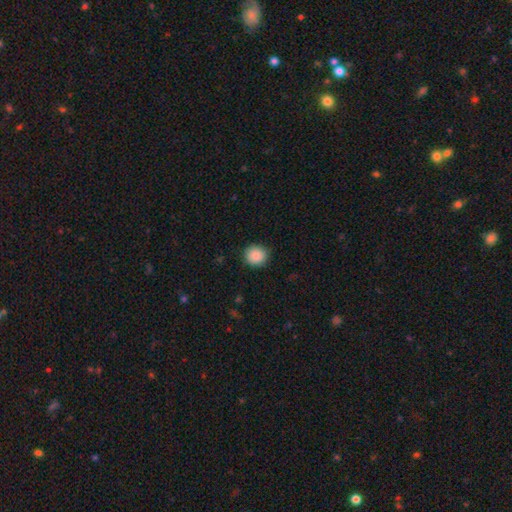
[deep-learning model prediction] The model was most divided on "merging": none: 87%, minor disturbance: 10%, major disturbance: 2%, merger: 1%. More confident: how rounded — round (89%); smooth or featured — smooth (88%).